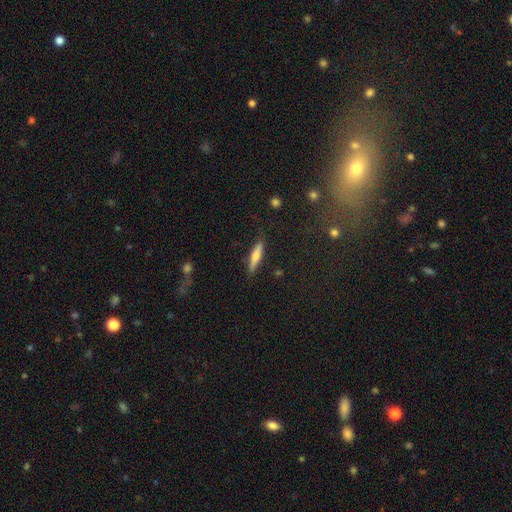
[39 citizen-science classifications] This appears to be a smooth galaxy with no disk features (67%) that is cigar-shaped (88%). Merging: none (84%).